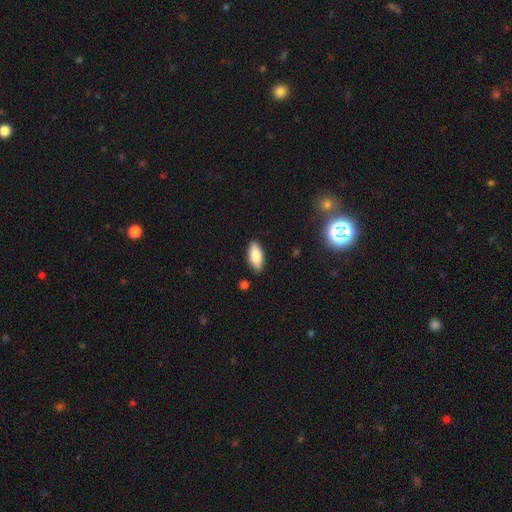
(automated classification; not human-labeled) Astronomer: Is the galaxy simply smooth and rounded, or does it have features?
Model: smooth — 79%.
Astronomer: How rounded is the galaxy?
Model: in between — 85%.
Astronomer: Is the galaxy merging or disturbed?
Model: none — 86%.